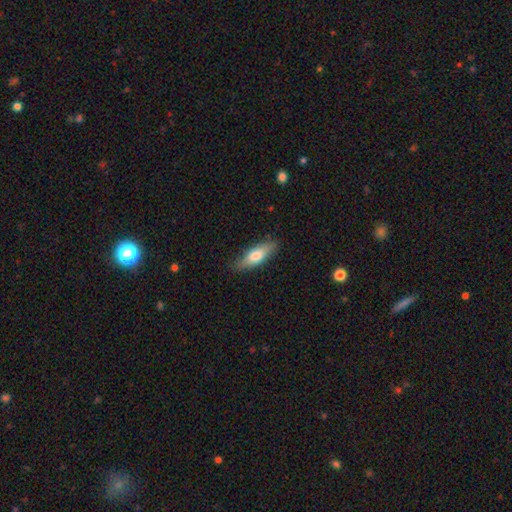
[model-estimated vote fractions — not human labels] This is likely a smooth galaxy (69%). How rounded: possibly in between (52%). Merging: clearly none (82%).